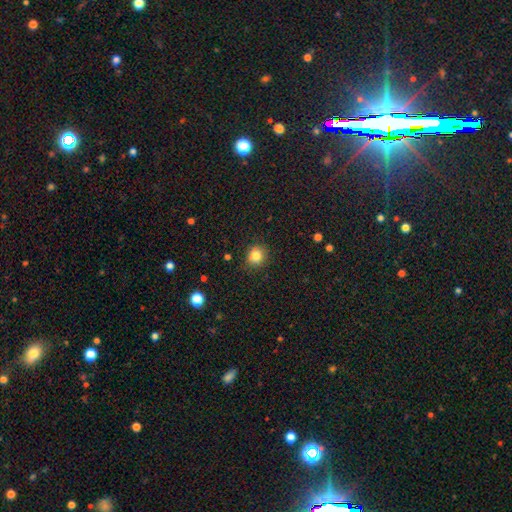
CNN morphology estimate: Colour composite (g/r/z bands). It shows a smooth galaxy with no disk features (82%) that is round (85%). Merging: none (86%).